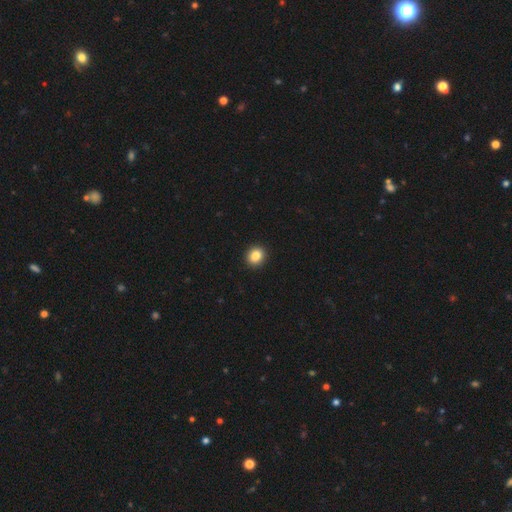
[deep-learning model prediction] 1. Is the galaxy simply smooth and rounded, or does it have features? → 85% smooth, 10% star or artifact, 5% featured or disk.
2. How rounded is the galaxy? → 79% round, 20% in between, 1% cigar-shaped.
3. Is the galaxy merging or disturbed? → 93% none, 5% minor disturbance, 1% major disturbance, 1% merger.